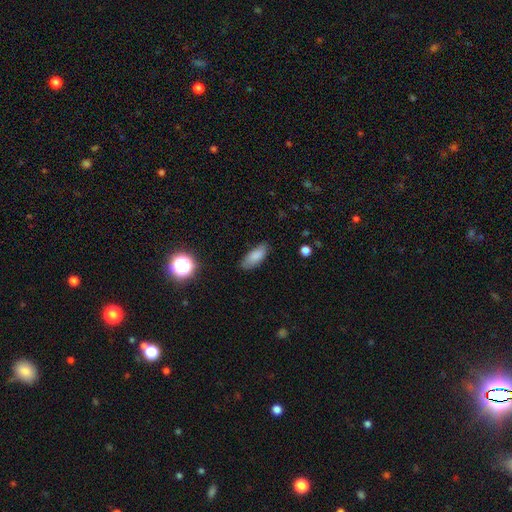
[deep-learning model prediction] Morphology: type=smooth (83%); roundness=in between (80%); merging=none (78%).